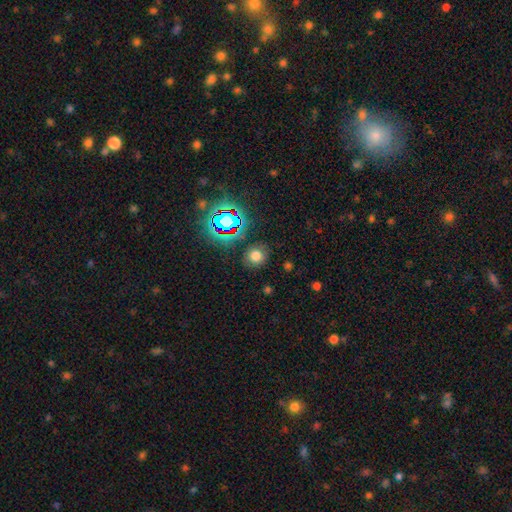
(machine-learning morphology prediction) A smooth galaxy with no disk features (68%) that is round (78%). Merging: none (83%).